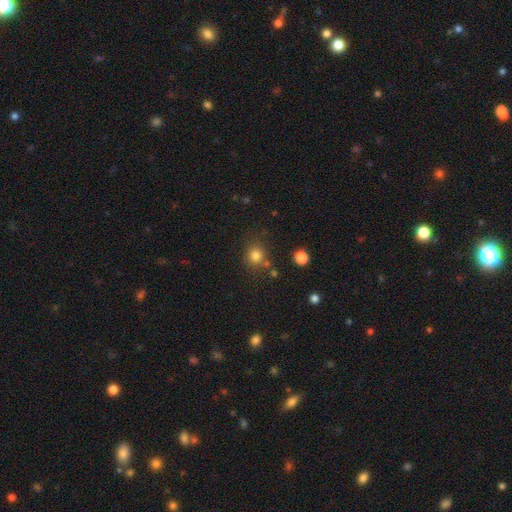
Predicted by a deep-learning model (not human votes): Q: Smooth or featured?
A: smooth (80%); runner-up: star or artifact (14%)
Q: How rounded?
A: round (85%); runner-up: in between (14%)
Q: Merging?
A: none (74%); runner-up: minor disturbance (11%)